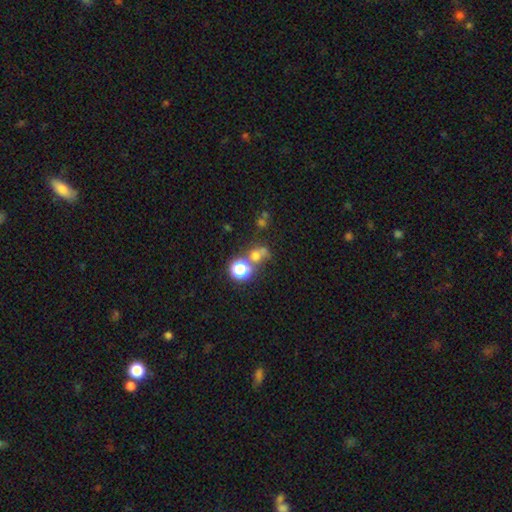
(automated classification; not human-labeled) Morphology: type=smooth (55%); roundness=round (78%); merging=none (44%).